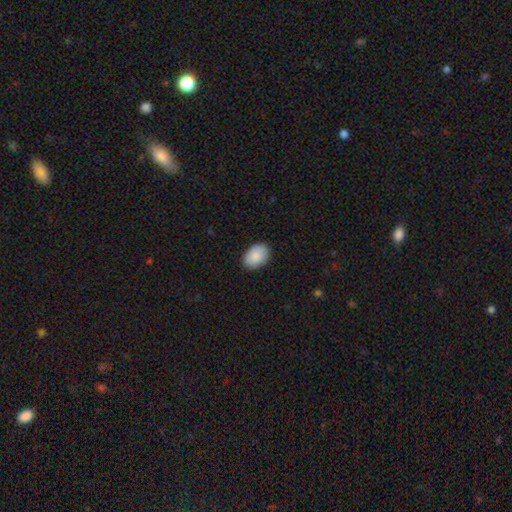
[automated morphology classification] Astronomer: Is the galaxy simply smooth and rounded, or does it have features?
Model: smooth — 90%.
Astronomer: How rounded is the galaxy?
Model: in between — 85%.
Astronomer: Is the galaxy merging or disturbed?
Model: none — 89%.